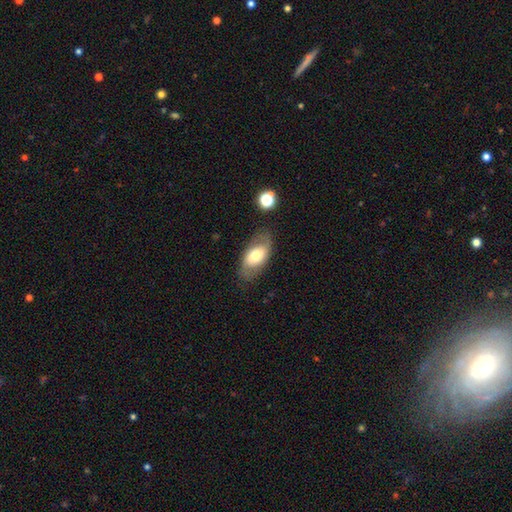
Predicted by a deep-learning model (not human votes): This appears to be a smooth galaxy with no disk features (60%) that is in between round and cigar-shaped (92%). Merging: none (74%).